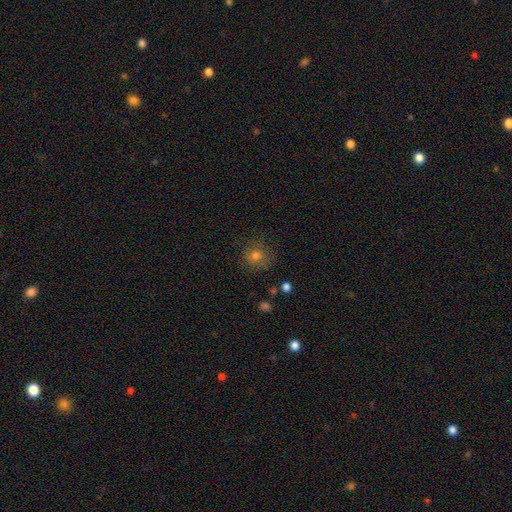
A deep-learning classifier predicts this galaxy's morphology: smooth_or_featured: smooth (p=0.71) [alt: star or artifact p=0.18]
how_rounded: round (p=0.89) [alt: in between p=0.10]
merging: none (p=0.83) [alt: minor disturbance p=0.12]